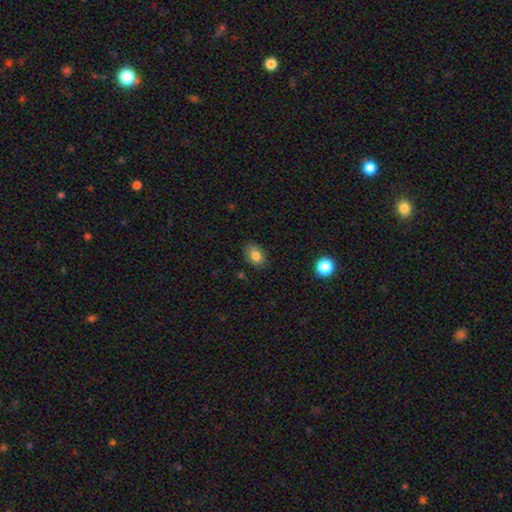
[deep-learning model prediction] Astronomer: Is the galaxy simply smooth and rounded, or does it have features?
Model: smooth — 82%.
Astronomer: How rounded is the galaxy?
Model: in between — 78%.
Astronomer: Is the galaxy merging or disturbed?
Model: none — 84%.